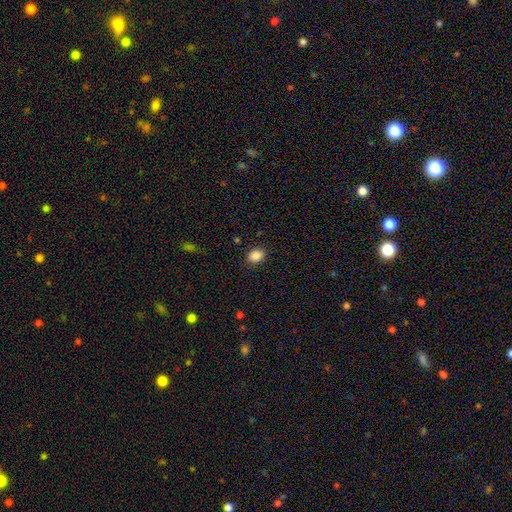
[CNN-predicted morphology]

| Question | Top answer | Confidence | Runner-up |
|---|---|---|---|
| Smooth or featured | smooth | 88% | star or artifact (9%) |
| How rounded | in between | 63% | round (36%) |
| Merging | none | 88% | minor disturbance (8%) |